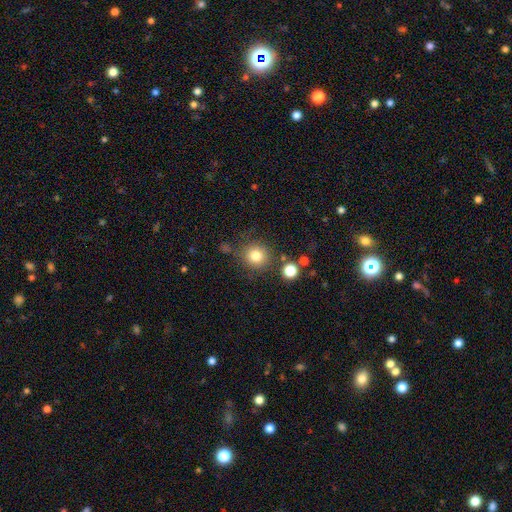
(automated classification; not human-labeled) Smooth or featured? Predicted: smooth (p=0.80). How rounded? Predicted: round (p=0.92). Merging? Predicted: none (p=0.80).